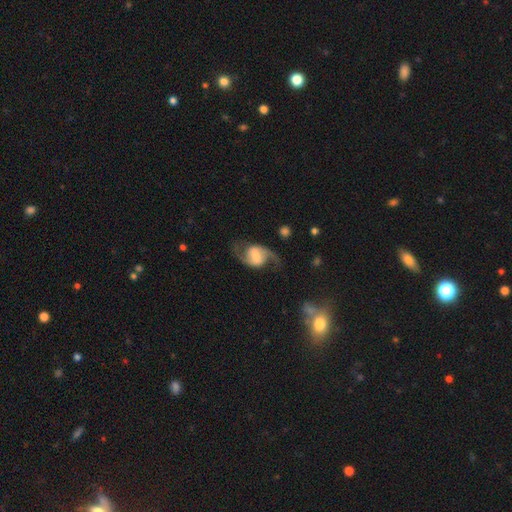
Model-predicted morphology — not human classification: type=featured or disk (83%); edge-on=no (97%); bar=weak (47%); spiral arms=yes (95%); winding=loose (54%); arm count=2 (93%); bulge=moderate (35%); merging=none (72%).